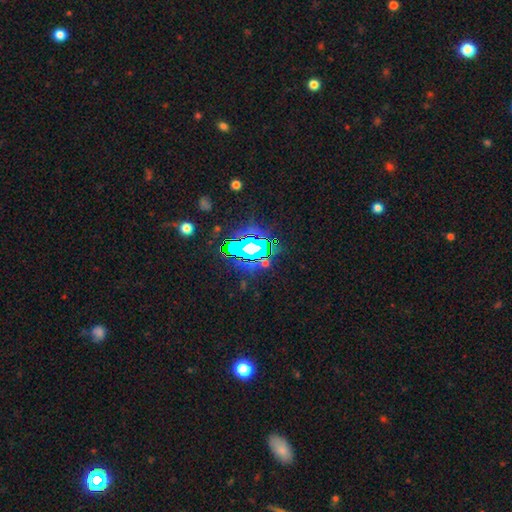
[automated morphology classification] smooth-or-featured: star or artifact: 80% | smooth: 11% | featured or disk: 9%